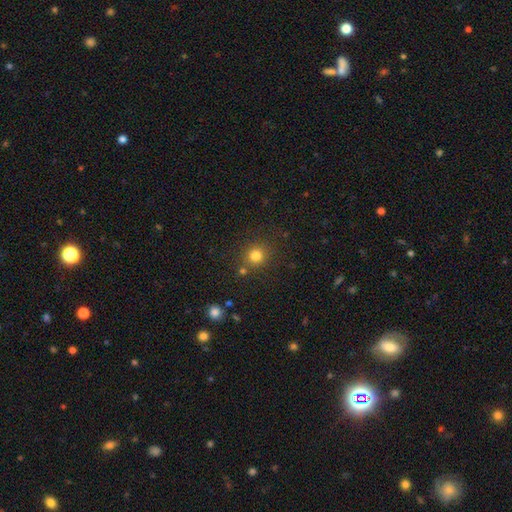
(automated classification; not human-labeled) This is clearly a smooth galaxy (81%). How rounded: clearly round (88%). Merging: clearly none (81%).